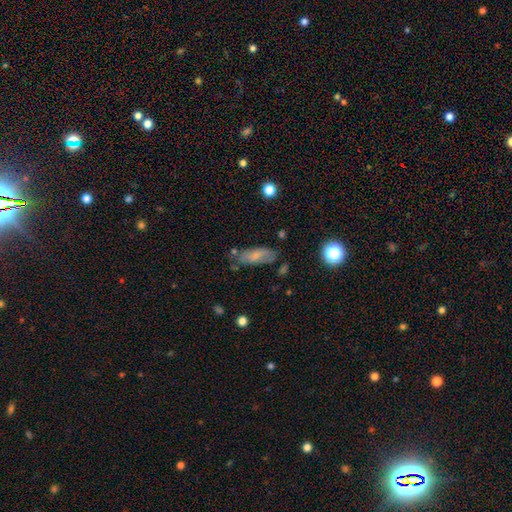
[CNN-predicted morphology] smooth 68%, featured or disk 23%, star or artifact 9%. Down the decision tree: how rounded — in between (65%); merging — none (64%).